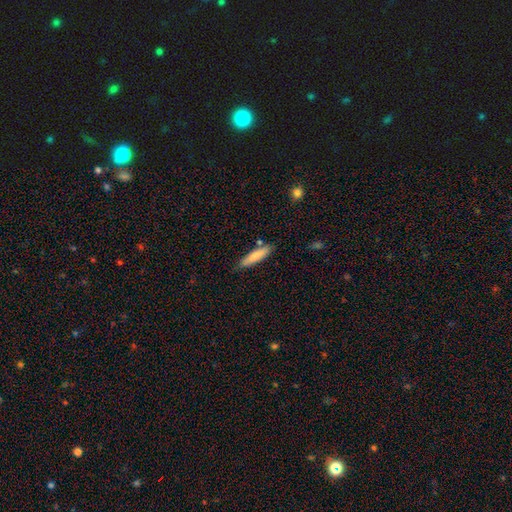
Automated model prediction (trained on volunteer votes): Morphology: type=smooth (79%); roundness=cigar-shaped (77%); merging=none (81%).